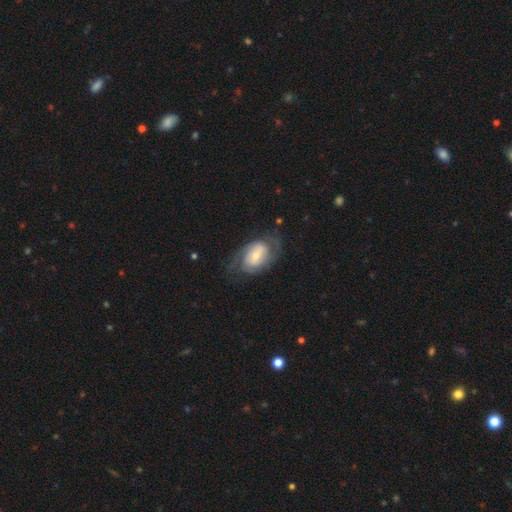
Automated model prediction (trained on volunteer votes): A featured or disk galaxy (68%) with no bar (45%), 2 (59%) medium (41%) spiral arms (81%) and a small central bulge (47%).

Vote fractions:
- Smooth or featured? featured or disk: 68% / smooth: 26% / star or artifact: 6%
- Edge-on disk? no: 96% / yes: 4%
- Bar? no: 45% / weak: 39% / strong: 15%
- Spiral arms? yes: 81% / no: 19%
- Spiral winding? medium: 41% / tight: 39% / loose: 20%
- Spiral arm count? 2: 59% / can't tell: 26% / 3: 6% / 1: 4% / 4: 2% / more than 4: 2%
- Bulge size? small: 47% / moderate: 43% / large: 6% / none: 2% / dominant: 1%
- Merging? none: 57% / minor disturbance: 22% / major disturbance: 19% / merger: 2%